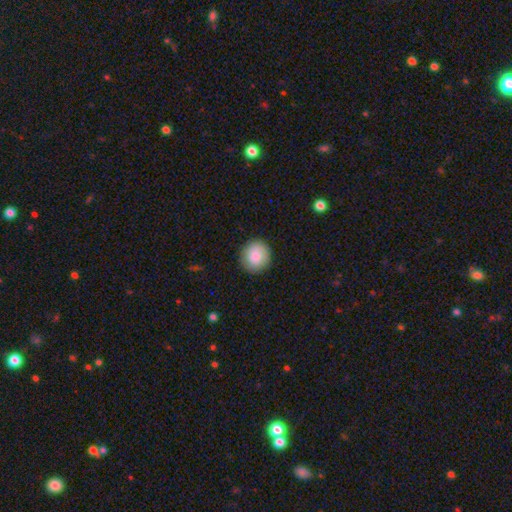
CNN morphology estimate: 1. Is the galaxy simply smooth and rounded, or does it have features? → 85% smooth, 8% featured or disk, 7% star or artifact.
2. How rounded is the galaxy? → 90% round, 9% in between, 1% cigar-shaped.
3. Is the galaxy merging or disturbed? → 89% none, 8% minor disturbance, 2% major disturbance, 1% merger.